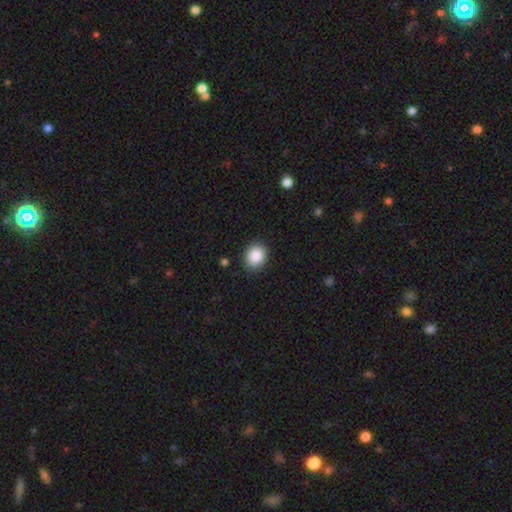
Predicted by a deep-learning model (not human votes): This appears to be a smooth galaxy with no disk features (88%) that is round (62%). Merging: none (88%).